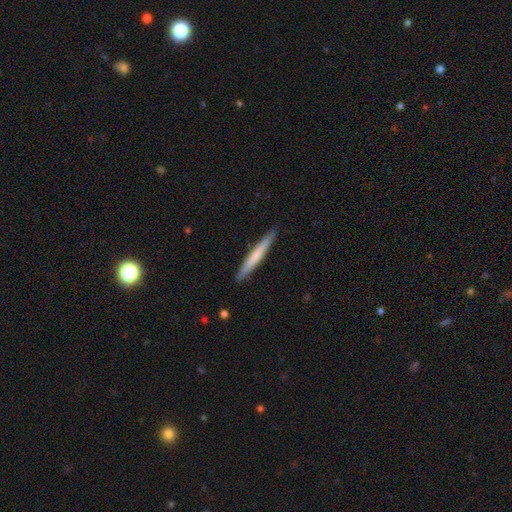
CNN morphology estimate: smooth 62%, featured or disk 33%, star or artifact 5%. Down the decision tree: how rounded — cigar-shaped (97%); merging — none (91%).